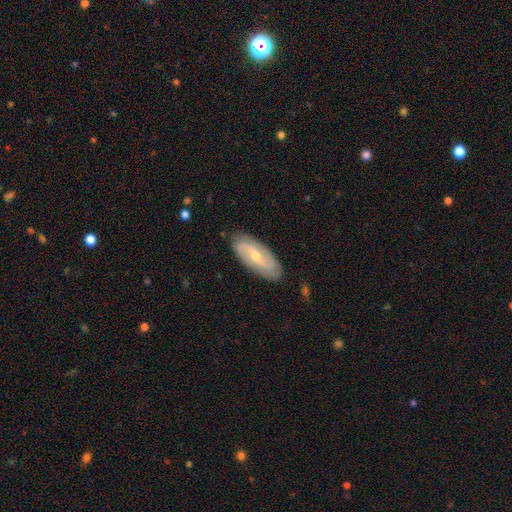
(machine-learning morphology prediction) The model was most divided on "spiral winding": medium: 38%, loose: 34%, tight: 28%. Remaining: spiral arms — yes (91%); edge-on disk — no (90%); merging — none (85%); spiral arm count — 2 (76%); smooth or featured — featured or disk (74%); bulge size — small (61%); bar — weak (45%).